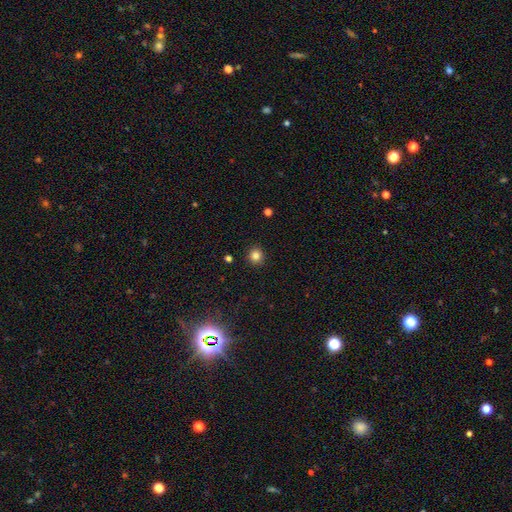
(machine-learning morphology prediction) The model was most divided on "smooth or featured": smooth: 82%, star or artifact: 13%, featured or disk: 5%. More confident: merging — none (92%); how rounded — round (92%).